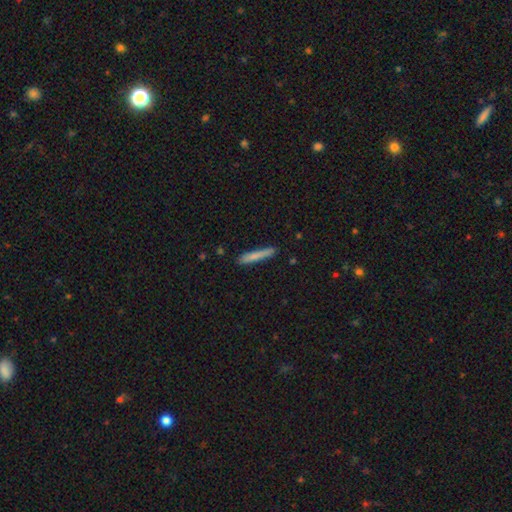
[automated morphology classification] Smooth or featured: smooth — 77% (featured or disk — 17%)
How rounded: cigar-shaped — 94% (in between — 4%)
Merging: none — 82% (minor disturbance — 14%)